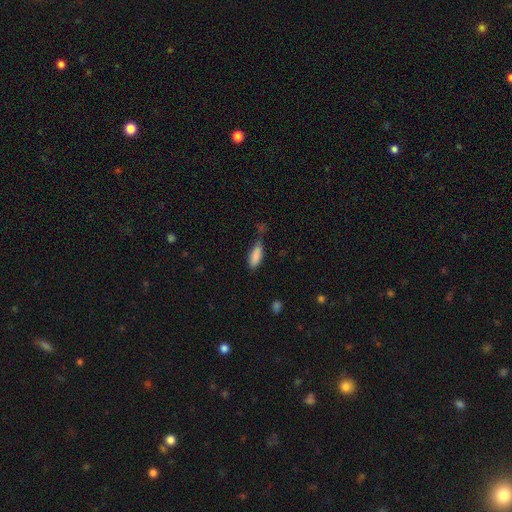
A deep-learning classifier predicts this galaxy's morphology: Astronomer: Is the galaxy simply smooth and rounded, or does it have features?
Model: smooth — 87%.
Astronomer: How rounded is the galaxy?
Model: in between — 71%.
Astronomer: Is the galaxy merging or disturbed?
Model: none — 53% (runner-up: minor disturbance, 30%).